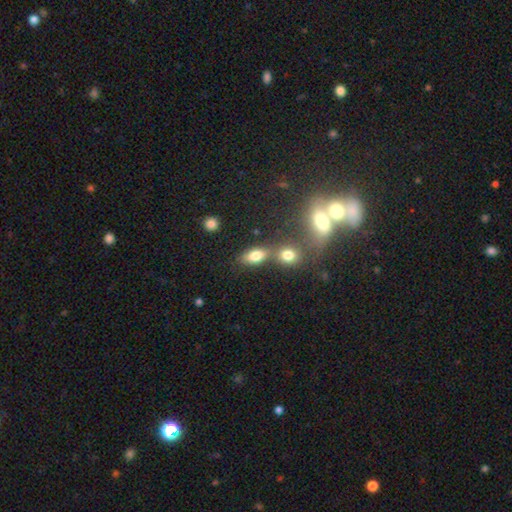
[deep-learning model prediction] smooth 78%, star or artifact 11%, featured or disk 11%. Down the decision tree: how rounded — in between (81%); merging — none (56%).